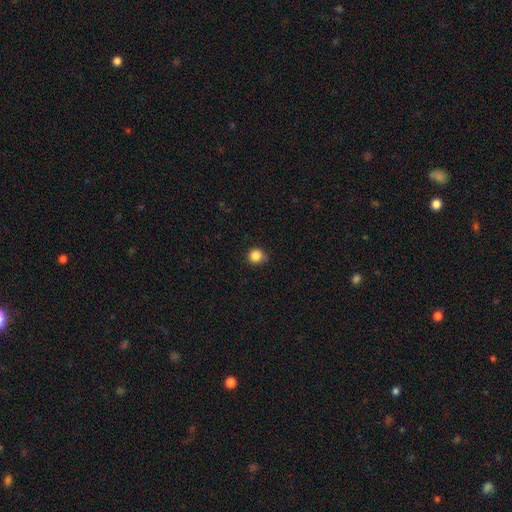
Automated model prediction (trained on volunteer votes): Smooth or featured?
  - smooth: 85% *
  - star or artifact: 11%
  - featured or disk: 4%
How rounded?
  - round: 91% *
  - in between: 8%
  - cigar-shaped: 1%
Merging?
  - none: 79% *
  - minor disturbance: 17%
  - major disturbance: 3%
  - merger: 1%